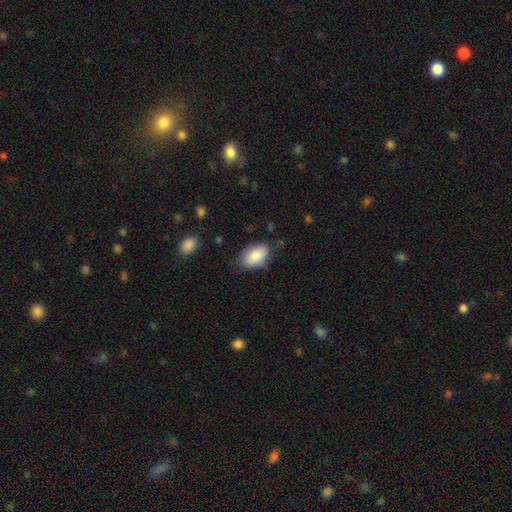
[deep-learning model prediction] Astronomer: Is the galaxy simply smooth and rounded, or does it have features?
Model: smooth — 87%.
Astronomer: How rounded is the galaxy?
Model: in between — 92%.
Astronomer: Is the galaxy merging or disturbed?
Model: none — 74%.